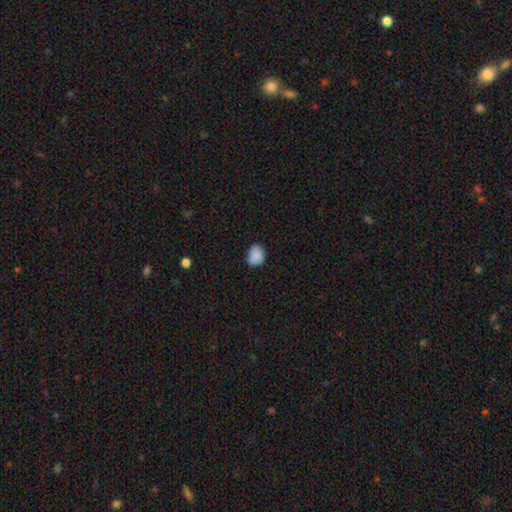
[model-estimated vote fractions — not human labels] Smooth or featured?
  - smooth: 87% *
  - star or artifact: 8%
  - featured or disk: 4%
How rounded?
  - round: 52% *
  - in between: 47%
  - cigar-shaped: 1%
Merging?
  - none: 74% *
  - minor disturbance: 21%
  - major disturbance: 3%
  - merger: 1%